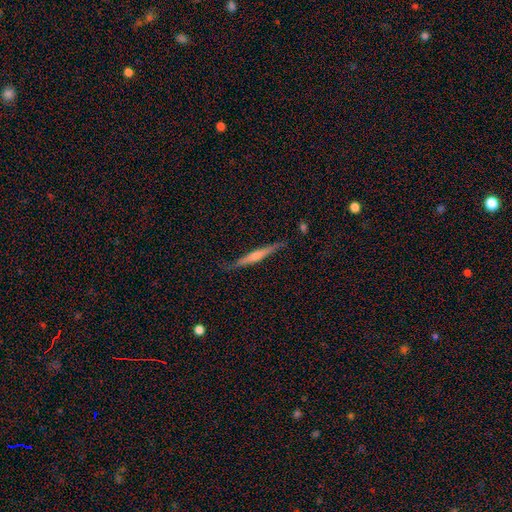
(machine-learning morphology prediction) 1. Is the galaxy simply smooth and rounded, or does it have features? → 74% featured or disk, 19% smooth, 7% star or artifact.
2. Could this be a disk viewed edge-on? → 97% yes, 3% no.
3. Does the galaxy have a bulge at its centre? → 70% rounded, 19% none, 11% boxy.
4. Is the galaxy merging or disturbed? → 87% none, 10% minor disturbance, 2% major disturbance, 2% merger.